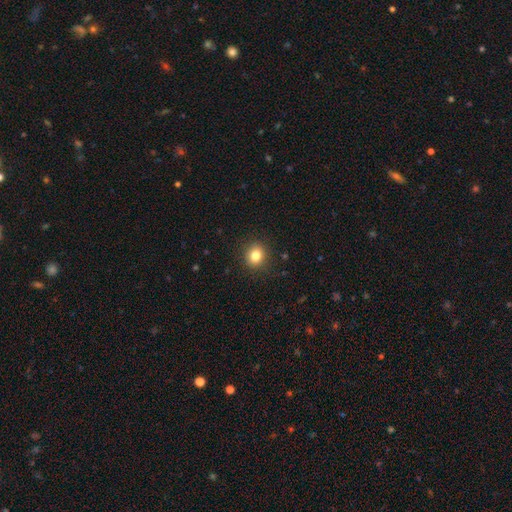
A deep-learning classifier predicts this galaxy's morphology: Smooth or featured? smooth (82%)
How rounded? round (80%)
Merging? none (90%)